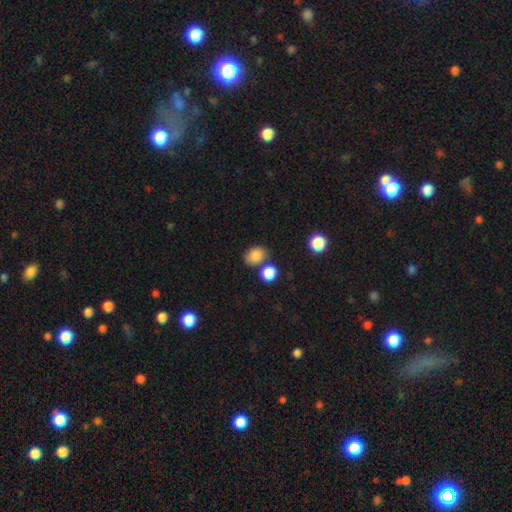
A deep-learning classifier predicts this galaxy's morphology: smooth_or_featured: smooth (p=0.84) [alt: star or artifact p=0.10]
how_rounded: in between (p=0.54) [alt: round p=0.45]
merging: none (p=0.60) [alt: merger p=0.20]